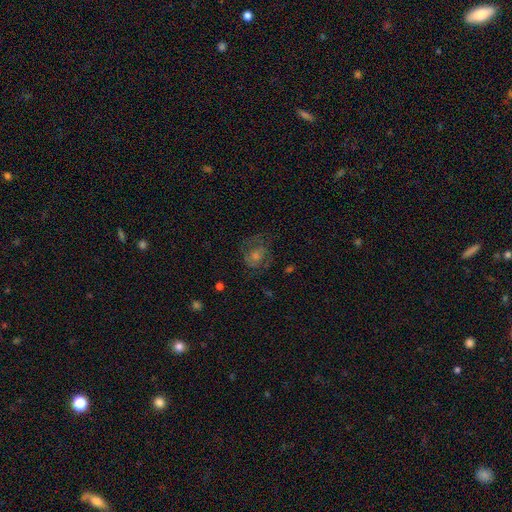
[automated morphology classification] smooth_or_featured: featured or disk (p=0.48) [alt: smooth p=0.32]
merging: none (p=0.68) [alt: minor disturbance p=0.17]